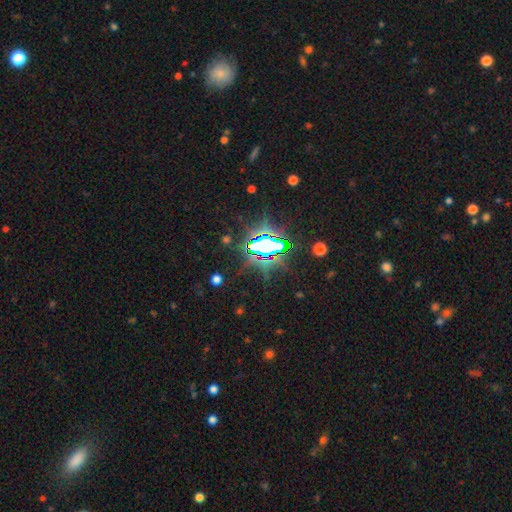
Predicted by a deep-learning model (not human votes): The model was most divided on "smooth or featured": star or artifact: 79%, smooth: 12%, featured or disk: 9%.